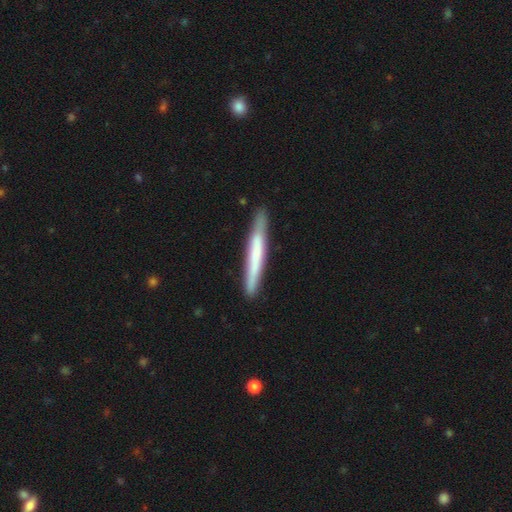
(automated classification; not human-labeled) Smooth or featured? smooth (54%)
How rounded? cigar-shaped (96%)
Merging? none (86%)